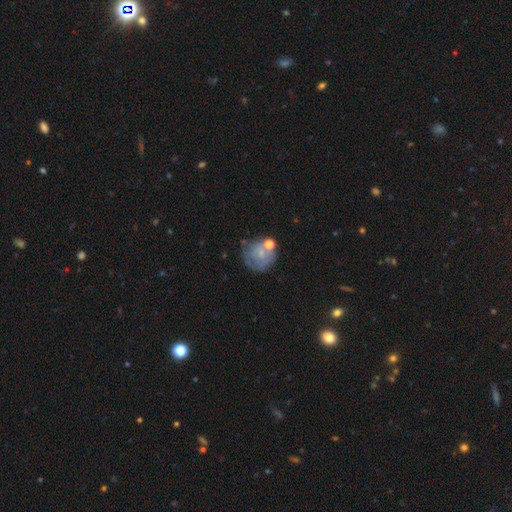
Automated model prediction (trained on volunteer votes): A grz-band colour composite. It shows a smooth galaxy with no disk features (49%). Merging: none (53%).